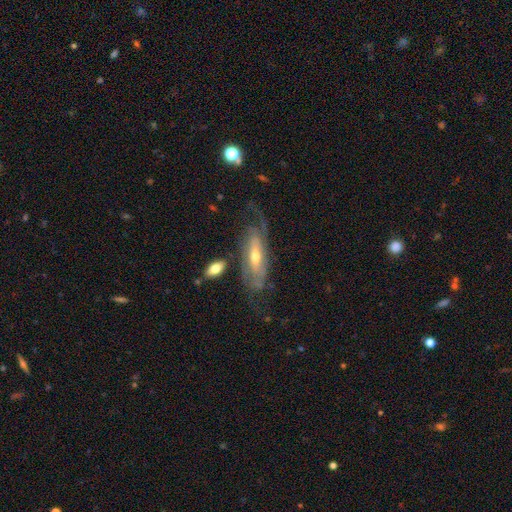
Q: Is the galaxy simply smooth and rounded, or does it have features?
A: featured or disk — 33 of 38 (87%).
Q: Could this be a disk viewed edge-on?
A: no — 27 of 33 (82%).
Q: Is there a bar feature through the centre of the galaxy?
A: weak — 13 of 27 (48%, tied with no).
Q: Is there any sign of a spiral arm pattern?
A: yes — 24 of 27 (89%).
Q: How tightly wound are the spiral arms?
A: loose — 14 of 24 (58%).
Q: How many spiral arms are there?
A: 2 — 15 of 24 (62%).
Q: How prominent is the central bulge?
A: small — 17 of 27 (63%).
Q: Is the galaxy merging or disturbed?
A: none — 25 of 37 (68%).